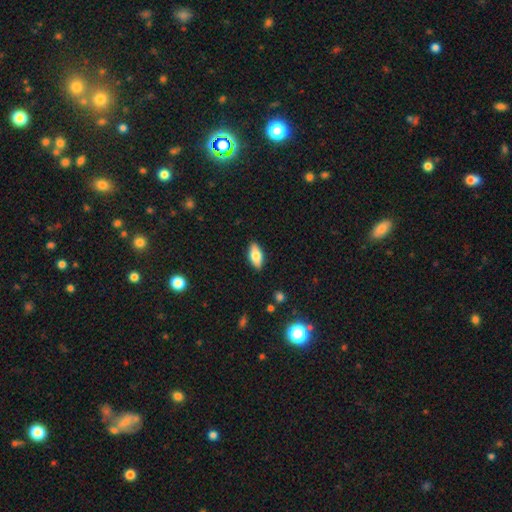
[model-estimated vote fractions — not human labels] Smooth or featured? Predicted: smooth (p=0.73). How rounded? Predicted: in between (p=0.86). Merging? Predicted: none (p=0.88).